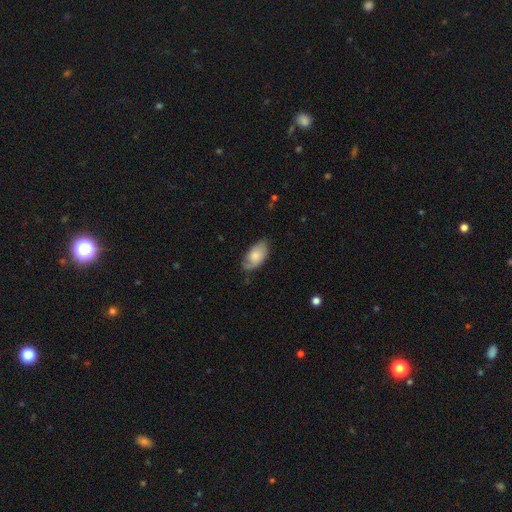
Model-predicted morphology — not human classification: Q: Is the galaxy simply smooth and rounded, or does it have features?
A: smooth — 64%.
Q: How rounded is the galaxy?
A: in between — 94%.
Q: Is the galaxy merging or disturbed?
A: none — 61%.